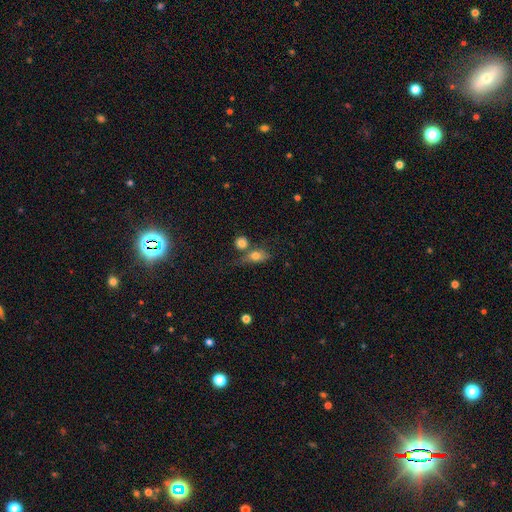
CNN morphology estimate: type=smooth (72%); roundness=in between (67%); merging=none (38%).